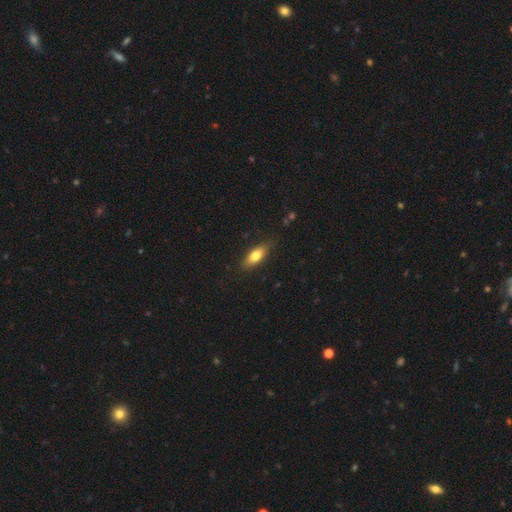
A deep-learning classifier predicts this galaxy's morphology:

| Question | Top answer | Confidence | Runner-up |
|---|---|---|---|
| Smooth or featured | smooth | 74% | featured or disk (19%) |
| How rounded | in between | 72% | cigar-shaped (25%) |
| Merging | none | 83% | minor disturbance (13%) |